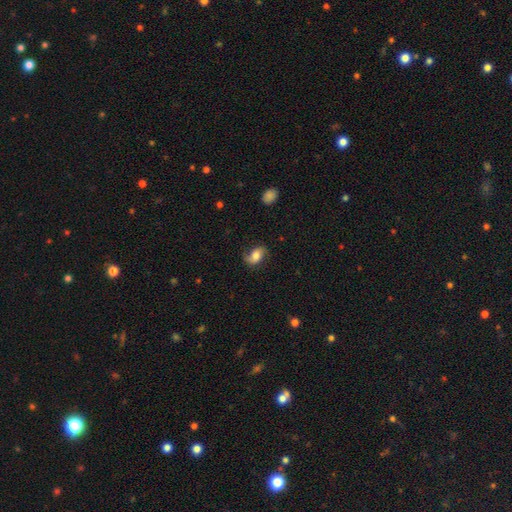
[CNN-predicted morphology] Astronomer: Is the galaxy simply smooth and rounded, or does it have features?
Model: smooth — 51% (runner-up: featured or disk, 39%).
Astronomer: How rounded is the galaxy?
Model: in between — 81%.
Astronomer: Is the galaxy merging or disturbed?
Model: none — 66%.